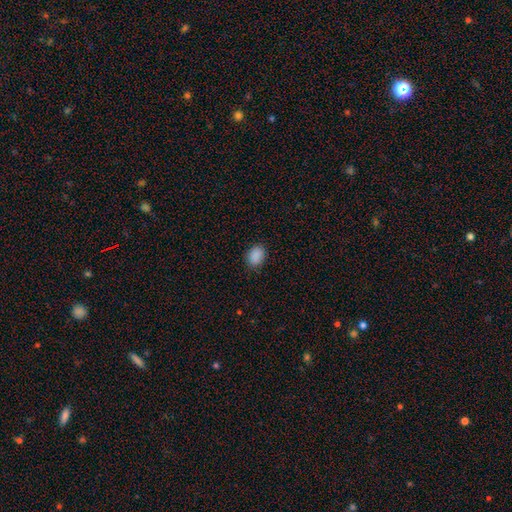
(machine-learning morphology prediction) Smooth or featured? Predicted: smooth (p=0.89). How rounded? Predicted: in between (p=0.72). Merging? Predicted: none (p=0.85).